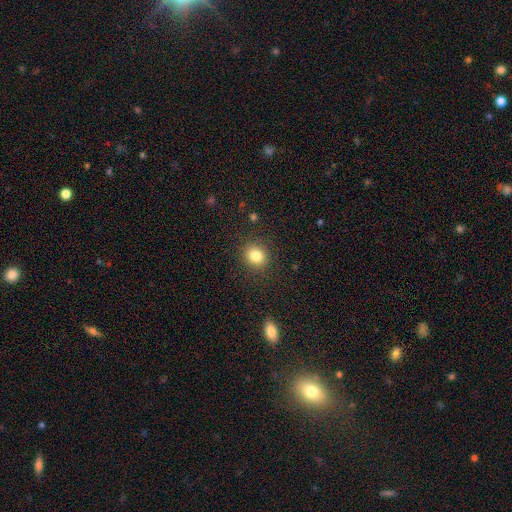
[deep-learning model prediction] Smooth or featured? Predicted: smooth (p=0.83). How rounded? Predicted: round (p=0.75). Merging? Predicted: none (p=0.88).